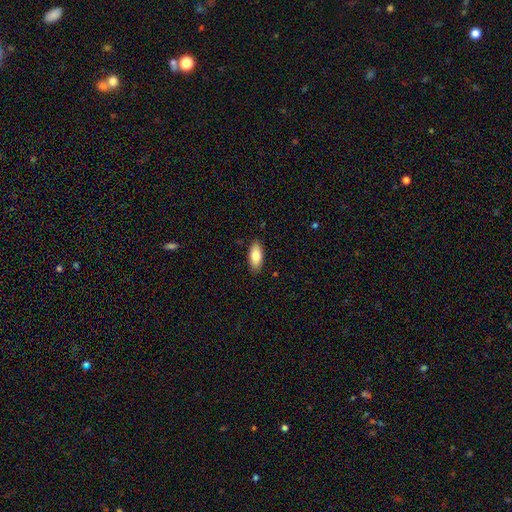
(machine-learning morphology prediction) Q: Smooth or featured?
A: smooth (82%); runner-up: featured or disk (12%)
Q: How rounded?
A: in between (88%); runner-up: cigar-shaped (10%)
Q: Merging?
A: none (88%); runner-up: minor disturbance (9%)